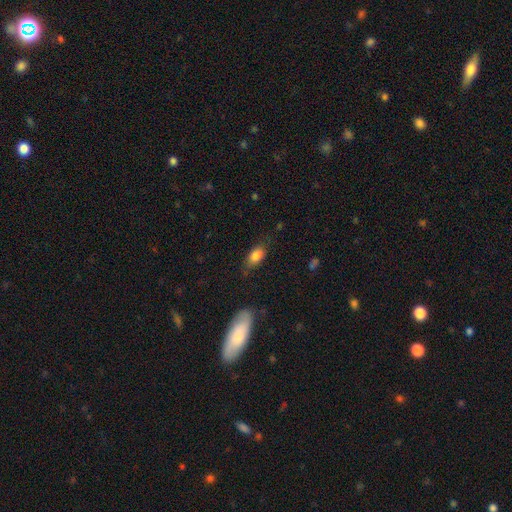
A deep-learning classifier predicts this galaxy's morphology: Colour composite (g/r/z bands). It shows a smooth galaxy with no disk features (82%) that is in between round and cigar-shaped (89%). Merging: none (70%).